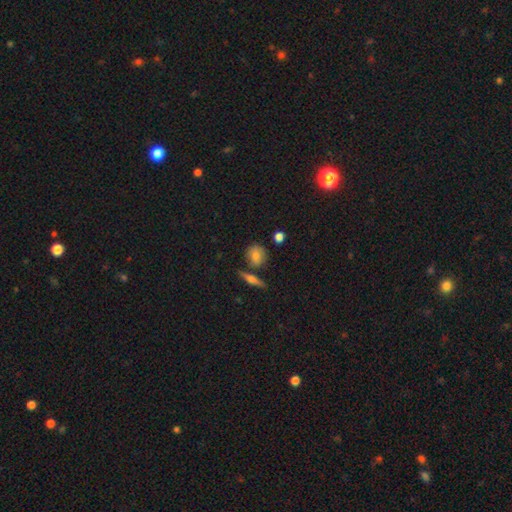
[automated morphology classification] The model was most divided on "how rounded": round: 68%, in between: 28%, cigar-shaped: 4%. More confident: smooth or featured — smooth (74%); merging — none (70%).